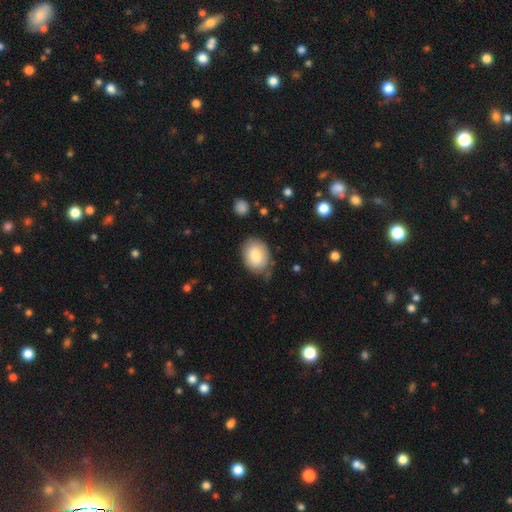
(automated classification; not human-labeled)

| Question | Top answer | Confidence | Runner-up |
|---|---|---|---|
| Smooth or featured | smooth | 81% | featured or disk (12%) |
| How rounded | in between | 68% | round (31%) |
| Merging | none | 67% | minor disturbance (25%) |